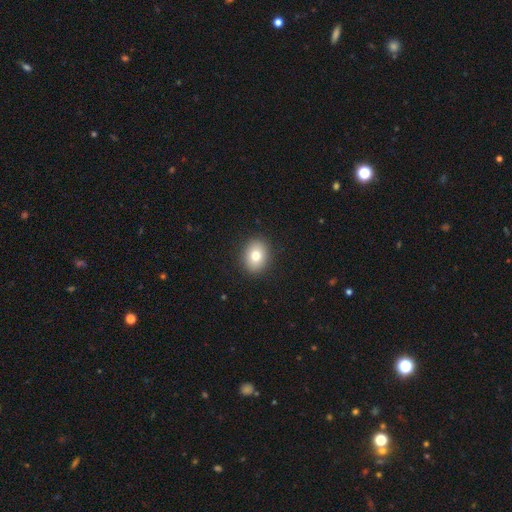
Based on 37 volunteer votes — Smooth or featured?
  - smooth: 78% *
  - featured or disk: 14%
  - star or artifact: 8%
How rounded?
  - in between: 83% *
  - round: 17%
  - cigar-shaped: 0%
Merging?
  - none: 91% *
  - minor disturbance: 9%
  - major disturbance: 0%
  - merger: 0%